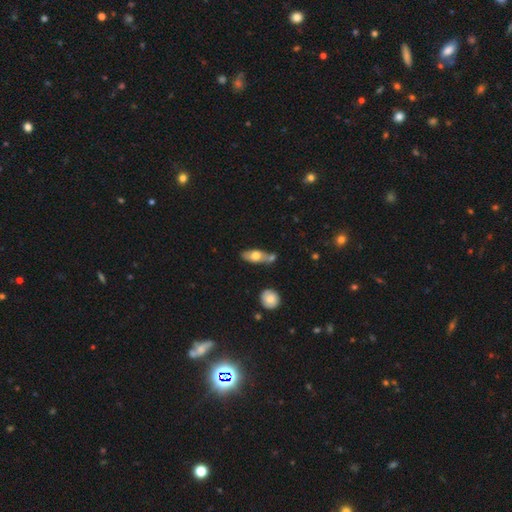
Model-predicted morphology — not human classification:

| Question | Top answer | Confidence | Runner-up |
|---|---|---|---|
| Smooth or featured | smooth | 63% | featured or disk (31%) |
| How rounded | in between | 75% | cigar-shaped (21%) |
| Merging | none | 54% | merger (23%) |